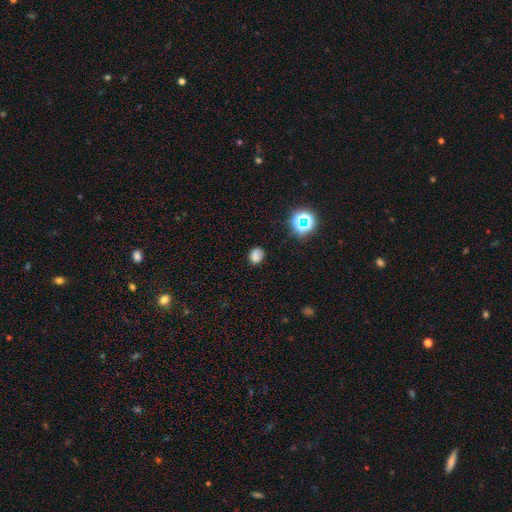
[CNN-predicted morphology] Overall: smooth (74%). How rounded: round (52%; in between 47%). Merging: none (78%).